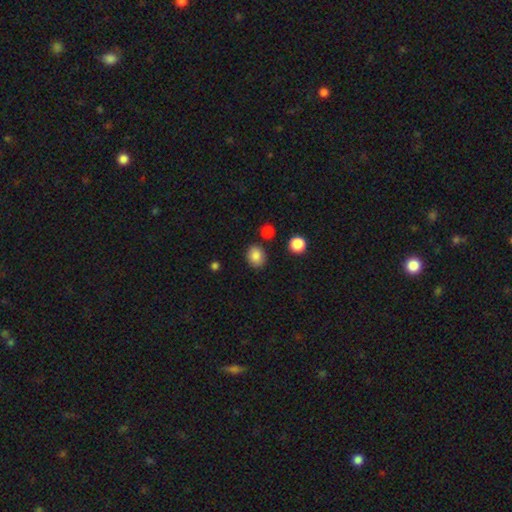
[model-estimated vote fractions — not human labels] A smooth galaxy with no disk features (85%) that is round (54%). Merging: none (82%).